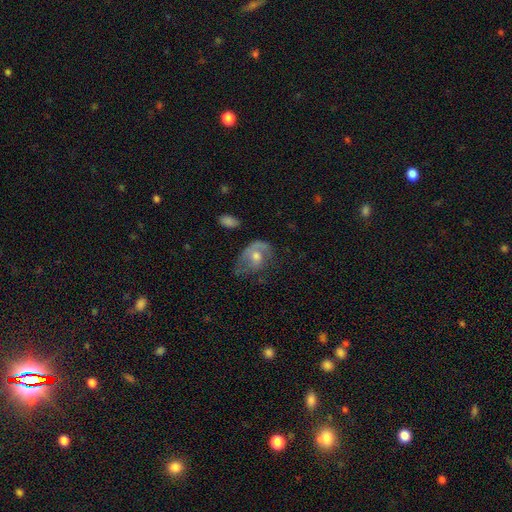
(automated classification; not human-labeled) Smooth or featured? featured or disk (58%)
Edge-on disk? no (95%)
Bar? no (76%)
Spiral arms? yes (64%)
Bulge size? moderate (62%)
Merging? none (36%)